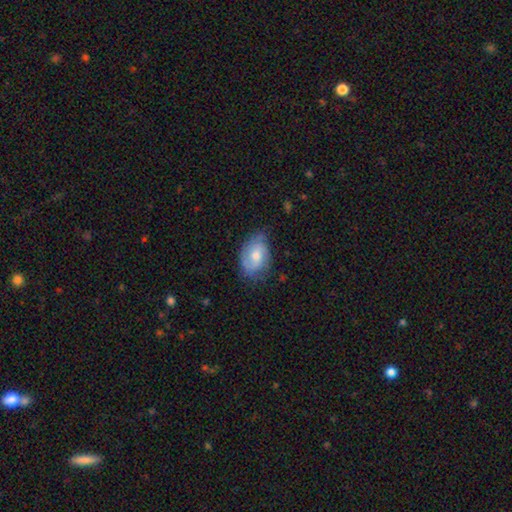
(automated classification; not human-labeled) Smooth or featured?
  - featured or disk: 52% *
  - smooth: 41%
  - star or artifact: 7%
Edge-on disk?
  - no: 95% *
  - yes: 5%
Merging?
  - none: 65% *
  - minor disturbance: 26%
  - major disturbance: 7%
  - merger: 1%